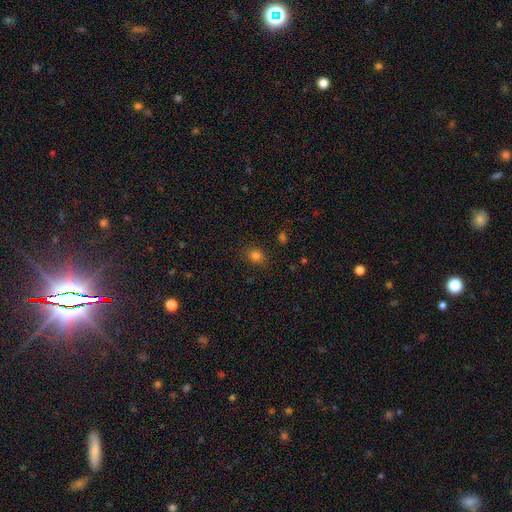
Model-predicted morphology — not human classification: Smooth or featured: smooth — 80% (star or artifact — 15%)
How rounded: round — 60% (in between — 39%)
Merging: none — 85% (minor disturbance — 10%)